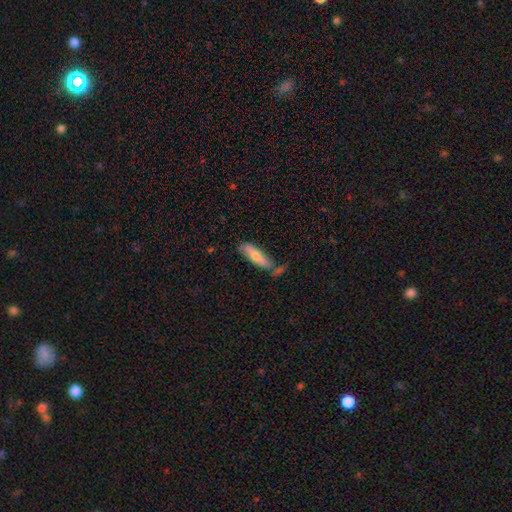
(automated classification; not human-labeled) Smooth or featured? Predicted: smooth (p=0.72). How rounded? Predicted: cigar-shaped (p=0.61). Merging? Predicted: none (p=0.59).